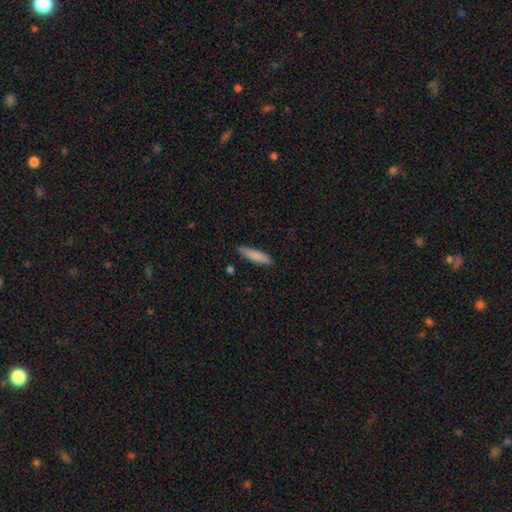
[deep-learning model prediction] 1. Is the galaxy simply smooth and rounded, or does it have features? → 83% smooth, 11% featured or disk, 6% star or artifact.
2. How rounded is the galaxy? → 80% cigar-shaped, 19% in between, 1% round.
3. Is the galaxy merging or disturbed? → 82% none, 14% minor disturbance, 2% major disturbance, 2% merger.